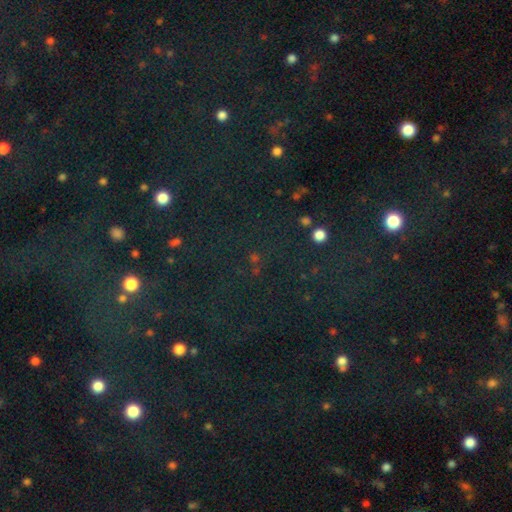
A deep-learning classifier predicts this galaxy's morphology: Smooth or featured? star or artifact (72%)